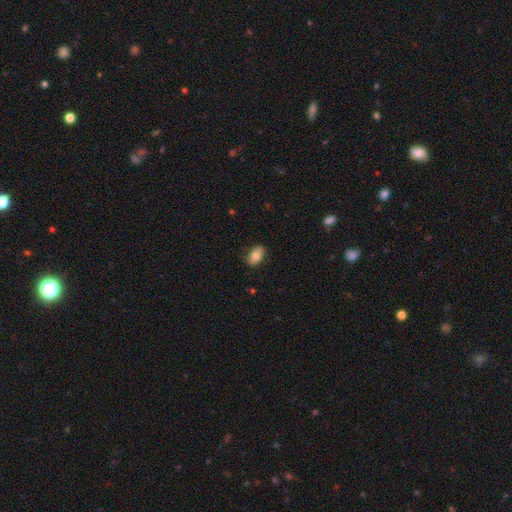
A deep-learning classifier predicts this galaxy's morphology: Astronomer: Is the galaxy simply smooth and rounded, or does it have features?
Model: smooth — 76%.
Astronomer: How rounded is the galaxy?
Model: in between — 87%.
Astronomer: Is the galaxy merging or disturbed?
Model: none — 79%.